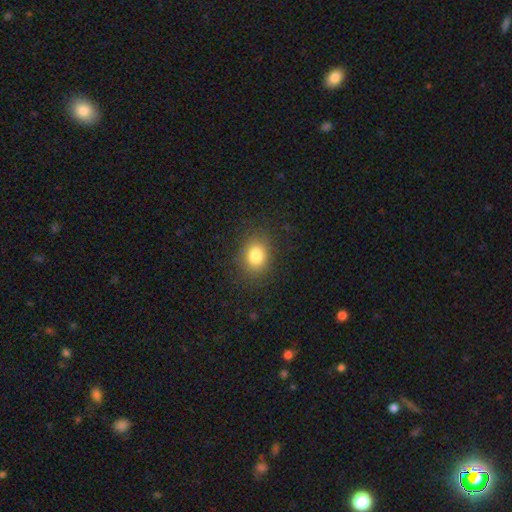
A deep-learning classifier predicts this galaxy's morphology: smooth-or-featured: smooth: 82% | star or artifact: 11% | featured or disk: 7%
  how-rounded: in between: 50% | round: 49% | cigar-shaped: 1%
  merging: none: 85% | minor disturbance: 10% | major disturbance: 4% | merger: 1%